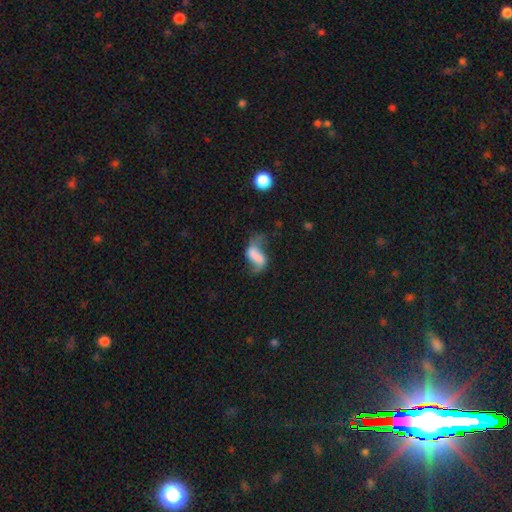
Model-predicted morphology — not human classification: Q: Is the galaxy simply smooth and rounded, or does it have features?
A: featured or disk — 53%.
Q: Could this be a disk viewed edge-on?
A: no — 95%.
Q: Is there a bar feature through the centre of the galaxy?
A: no — 37%.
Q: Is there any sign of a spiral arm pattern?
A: yes — 75%.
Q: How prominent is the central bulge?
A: none — 54%.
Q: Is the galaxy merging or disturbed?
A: none — 38%.